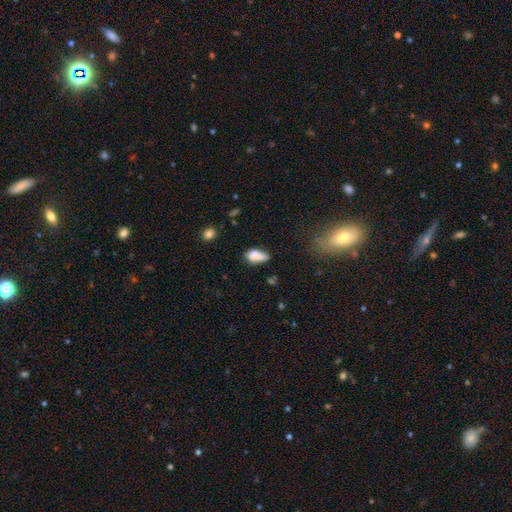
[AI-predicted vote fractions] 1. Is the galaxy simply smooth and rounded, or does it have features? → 76% smooth, 14% featured or disk, 9% star or artifact.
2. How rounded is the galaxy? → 84% in between, 11% cigar-shaped, 5% round.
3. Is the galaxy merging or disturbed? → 42% none, 31% minor disturbance, 15% merger, 13% major disturbance.